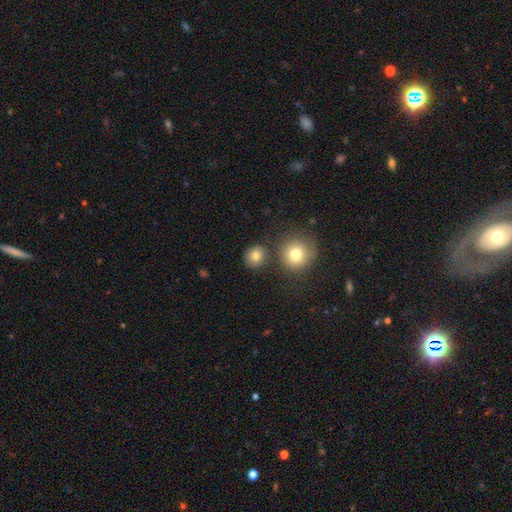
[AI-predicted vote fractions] Smooth or featured: smooth — 80% (star or artifact — 11%)
How rounded: round — 88% (in between — 11%)
Merging: none — 80% (merger — 9%)